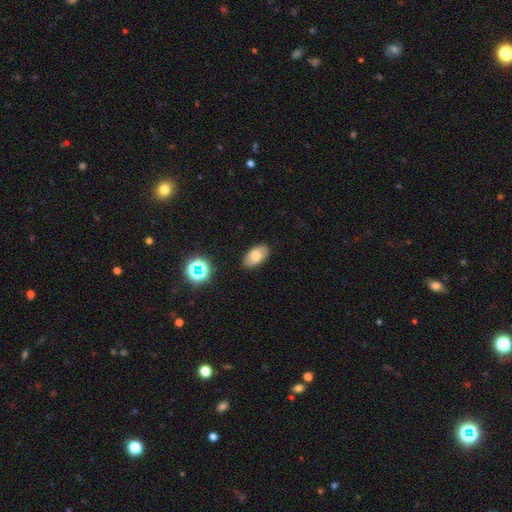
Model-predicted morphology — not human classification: smooth-or-featured: smooth: 75% | featured or disk: 15% | star or artifact: 10%
  how-rounded: in between: 94% | round: 4% | cigar-shaped: 2%
  merging: none: 87% | minor disturbance: 10% | major disturbance: 2% | merger: 1%